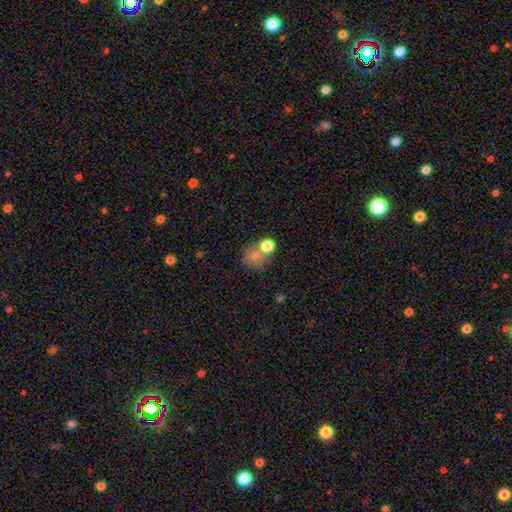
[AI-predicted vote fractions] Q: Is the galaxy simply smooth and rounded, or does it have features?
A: smooth — 69%.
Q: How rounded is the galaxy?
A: round — 79%.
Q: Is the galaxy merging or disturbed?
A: none — 51%.